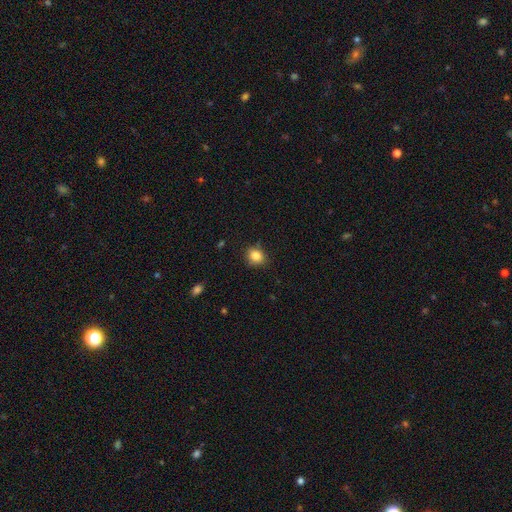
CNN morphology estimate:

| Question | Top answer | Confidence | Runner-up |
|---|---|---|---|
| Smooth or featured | smooth | 85% | star or artifact (10%) |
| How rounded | round | 58% | in between (41%) |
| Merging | none | 80% | minor disturbance (15%) |